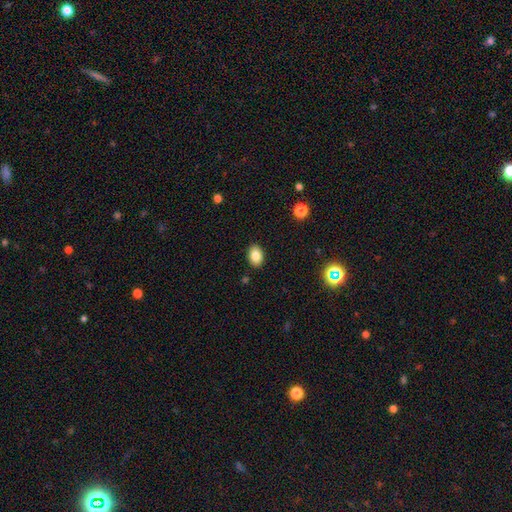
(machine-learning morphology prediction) The model was most divided on "how rounded": in between: 81%, round: 17%, cigar-shaped: 1%. More confident: merging — none (89%); smooth or featured — smooth (83%).